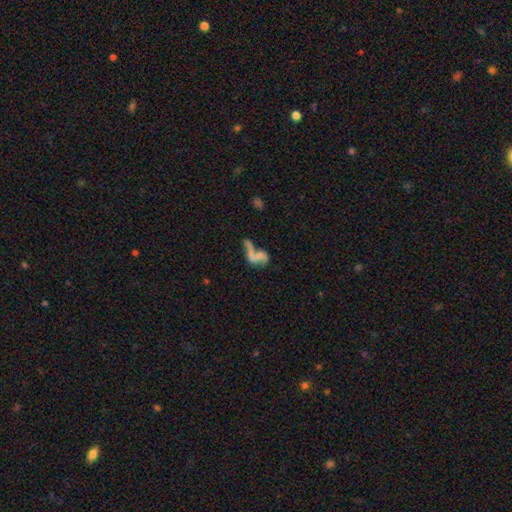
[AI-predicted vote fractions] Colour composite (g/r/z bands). It shows a featured or disk galaxy (50%). Merging: merger (48%).